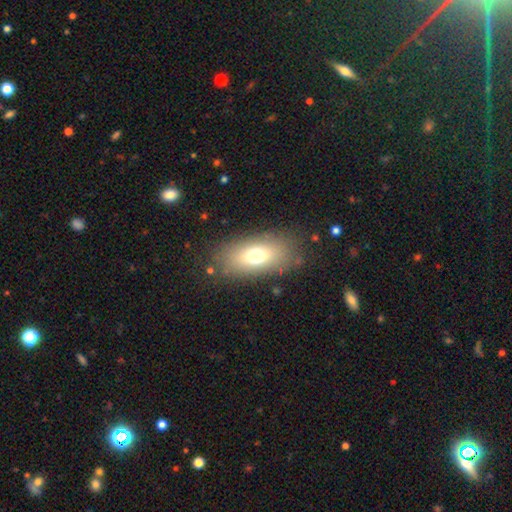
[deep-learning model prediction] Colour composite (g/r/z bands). It shows a smooth galaxy with no disk features (70%) that is in between round and cigar-shaped (84%). Merging: none (82%).